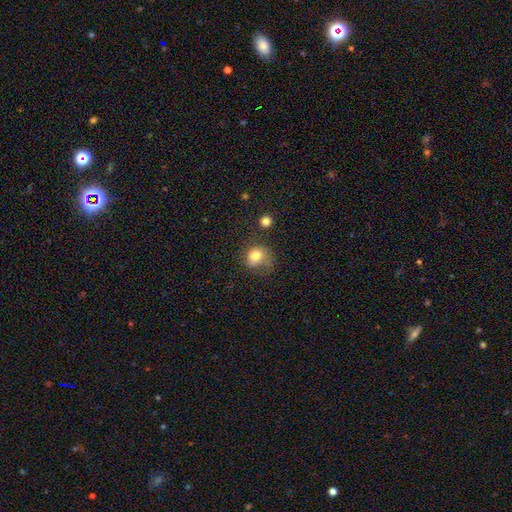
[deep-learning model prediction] The model was most divided on "merging": none: 44%, minor disturbance: 28%, major disturbance: 21%, merger: 7%. More confident: smooth or featured — smooth (77%); how rounded — round (61%).